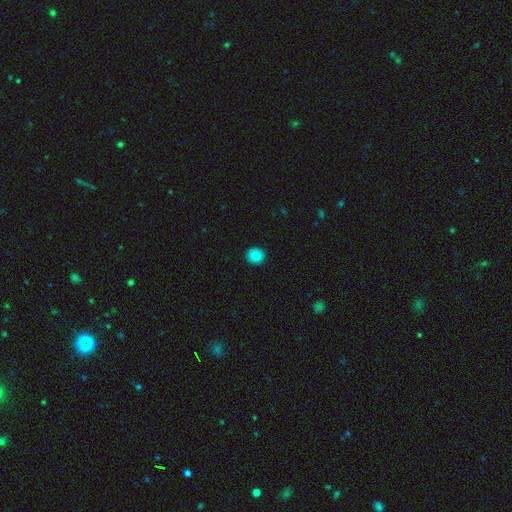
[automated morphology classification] This appears to be a smooth galaxy with no disk features (83%) that is round (90%). Merging: none (93%).